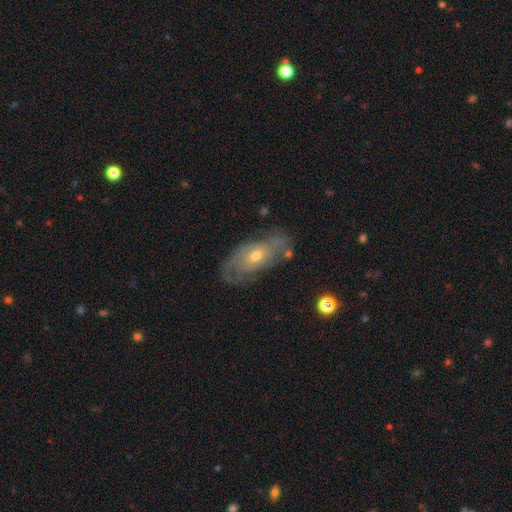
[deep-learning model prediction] Smooth or featured? Predicted: featured or disk (p=0.73). Edge-on disk? Predicted: no (p=0.88). Bar? Predicted: no (p=0.73). Spiral arms? Predicted: yes (p=0.77). Bulge size? Predicted: moderate (p=0.52). Merging? Predicted: none (p=0.67).